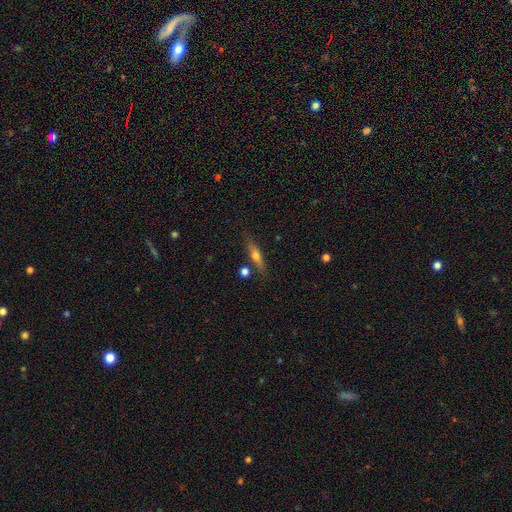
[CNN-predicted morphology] Overall: smooth (55%; featured or disk 38%). How rounded: cigar-shaped (67%; in between 29%). Merging: none (75%).